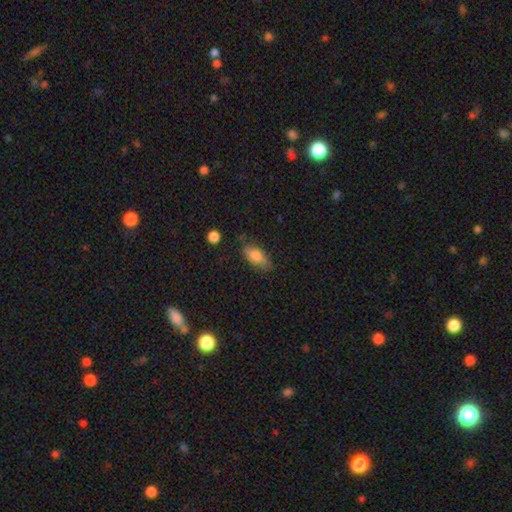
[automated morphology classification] Overall: smooth (81%). How rounded: in between (87%). Merging: none (70%).